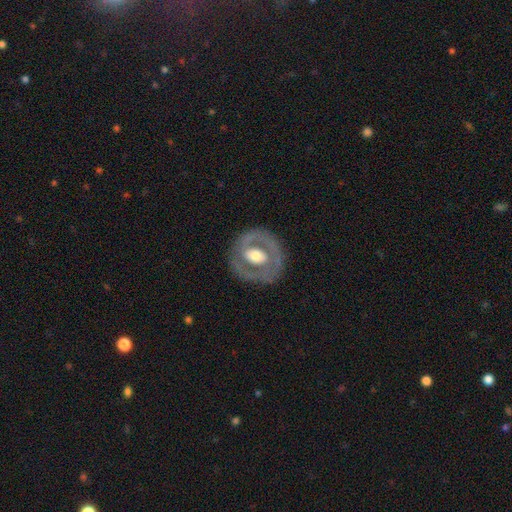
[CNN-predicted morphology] Smooth or featured: featured or disk — 65% (smooth — 29%)
Edge-on disk: no — 95% (yes — 5%)
Bar: no — 56% (weak — 27%)
Spiral arms: no — 70% (yes — 30%)
Bulge size: moderate — 55% (large — 32%)
Merging: none — 78% (minor disturbance — 13%)